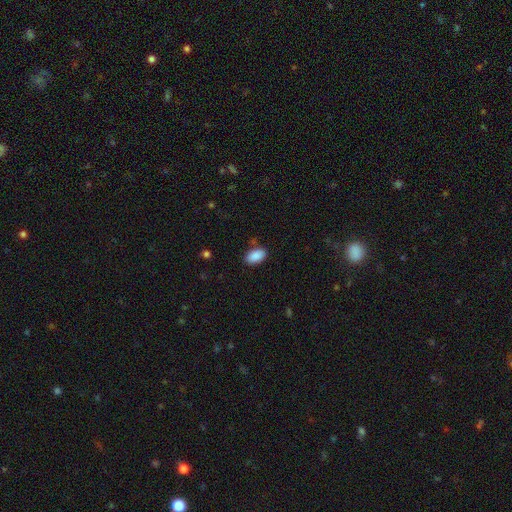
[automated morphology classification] Smooth or featured?
  - smooth: 90% *
  - star or artifact: 7%
  - featured or disk: 3%
How rounded?
  - in between: 94% *
  - round: 4%
  - cigar-shaped: 2%
Merging?
  - none: 84% *
  - minor disturbance: 11%
  - major disturbance: 3%
  - merger: 2%